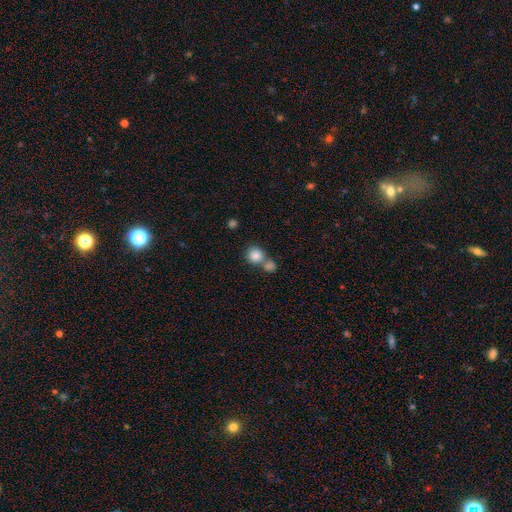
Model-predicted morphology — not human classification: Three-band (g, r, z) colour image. It shows a smooth galaxy with no disk features (84%) that is round (87%). Merging: merger (46%).